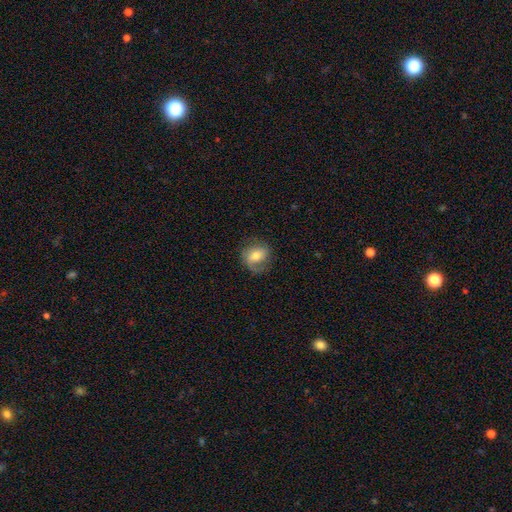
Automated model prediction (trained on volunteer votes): A featured or disk galaxy (52%).

Vote fractions:
- Smooth or featured? featured or disk: 52% / smooth: 40% / star or artifact: 8%
- Edge-on disk? no: 96% / yes: 4%
- Merging? none: 69% / minor disturbance: 19% / major disturbance: 11% / merger: 1%